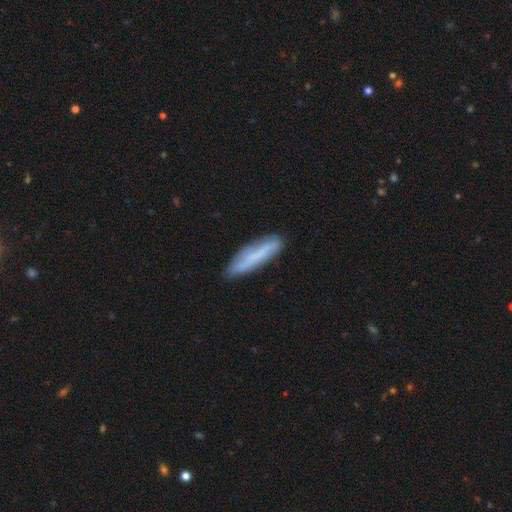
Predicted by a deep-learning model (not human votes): Overall: smooth (64%; featured or disk 29%). How rounded: cigar-shaped (80%). Merging: none (78%).